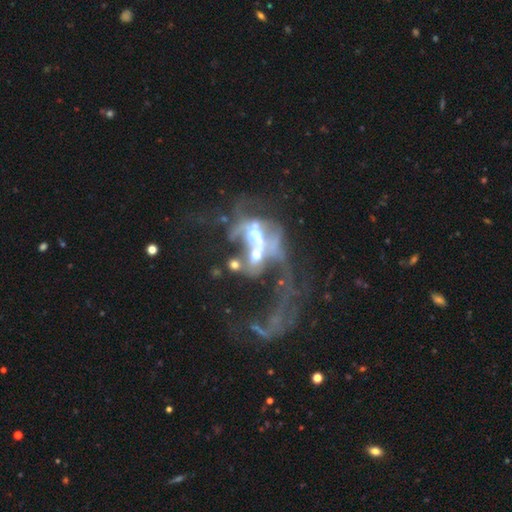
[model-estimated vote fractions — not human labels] A featured or disk galaxy (65%) with no bar (64%), no spiral arms (68%) and a moderate central bulge (46%). Merging: merger (67%).